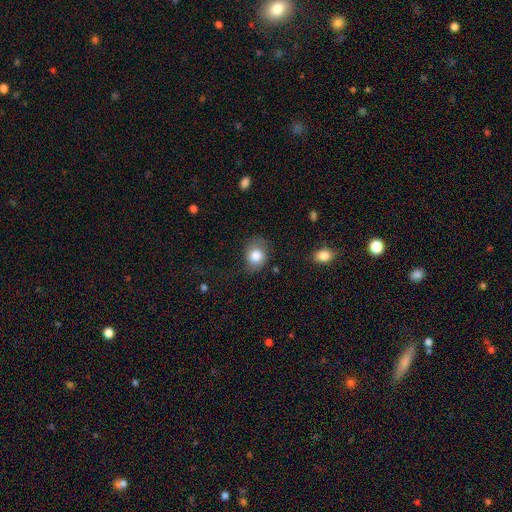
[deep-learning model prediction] Morphology: type=smooth (79%); roundness=round (57%); merging=none (64%).